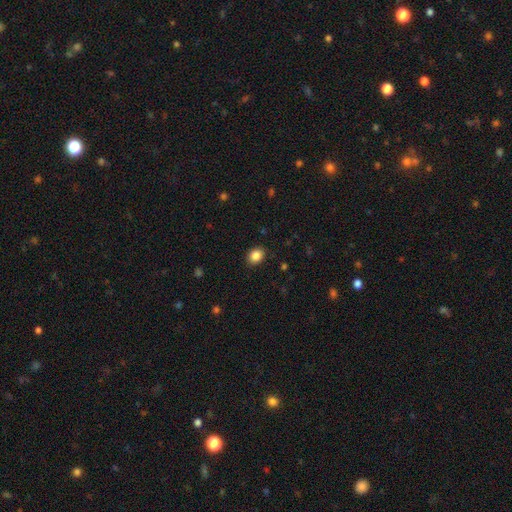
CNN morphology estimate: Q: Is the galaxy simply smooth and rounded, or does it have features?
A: smooth — 86%.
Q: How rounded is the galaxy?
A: in between — 59%.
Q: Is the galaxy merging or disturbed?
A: none — 88%.